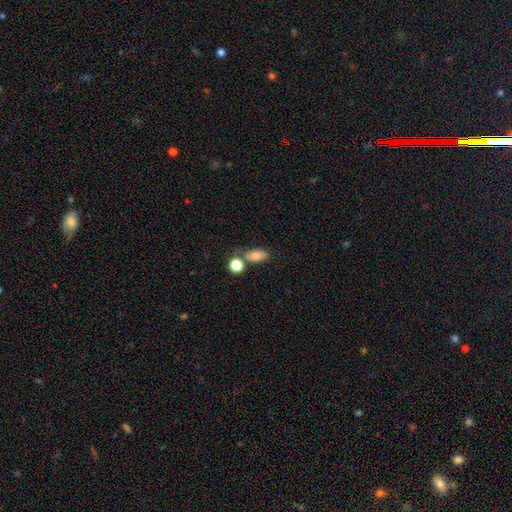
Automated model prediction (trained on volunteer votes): Smooth or featured? smooth (79%)
How rounded? in between (83%)
Merging? none (60%)